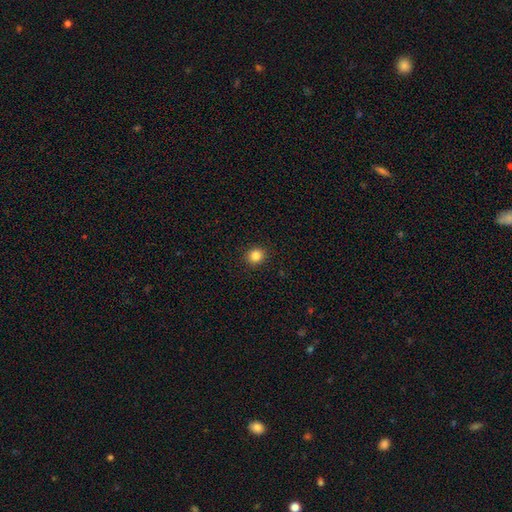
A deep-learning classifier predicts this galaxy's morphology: The model was most divided on "how rounded": round: 84%, in between: 15%, cigar-shaped: 1%. More confident: merging — none (92%); smooth or featured — smooth (84%).